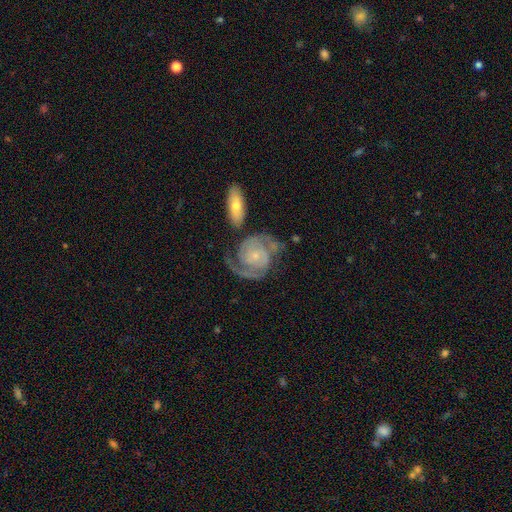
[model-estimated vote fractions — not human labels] smooth_or_featured: featured or disk (p=0.89) [alt: smooth p=0.06]
disk_edge_on: no (p=0.98) [alt: yes p=0.02]
bar: no (p=0.69) [alt: weak p=0.24]
has_spiral_arms: yes (p=0.98) [alt: no p=0.02]
spiral_winding: medium (p=0.45) [alt: tight p=0.43]
spiral_arm_count: 2 (p=0.88) [alt: can't tell p=0.04]
bulge_size: small (p=0.73) [alt: moderate p=0.16]
merging: none (p=0.62) [alt: minor disturbance p=0.17]